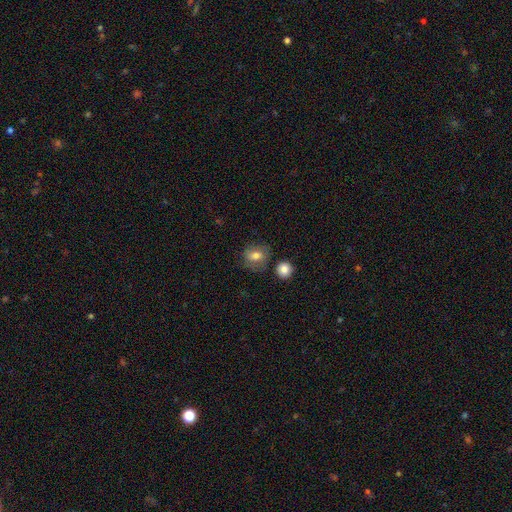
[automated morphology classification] smooth_or_featured: smooth (p=0.75) [alt: featured or disk p=0.16]
how_rounded: round (p=0.57) [alt: in between p=0.42]
merging: none (p=0.67) [alt: minor disturbance p=0.20]